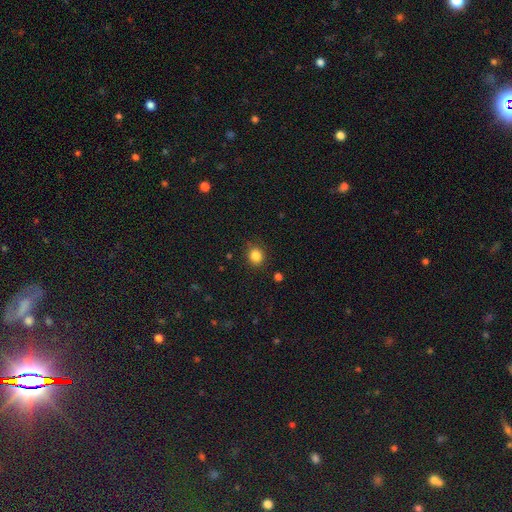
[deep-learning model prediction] Smooth or featured? Predicted: smooth (p=0.84). How rounded? Predicted: round (p=0.75). Merging? Predicted: none (p=0.85).